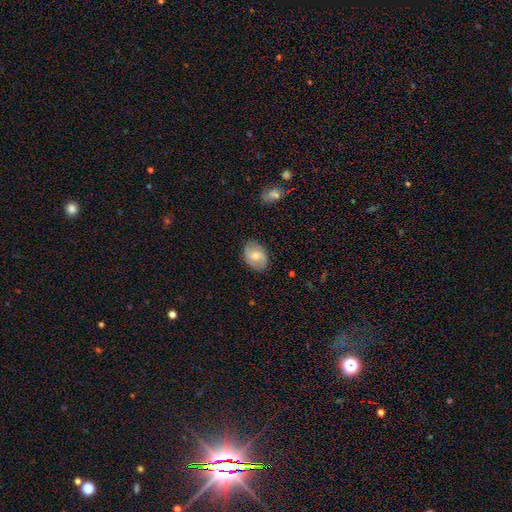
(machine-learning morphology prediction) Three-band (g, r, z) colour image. It shows a smooth galaxy with no disk features (60%) that is in between round and cigar-shaped (72%). Merging: none (82%).